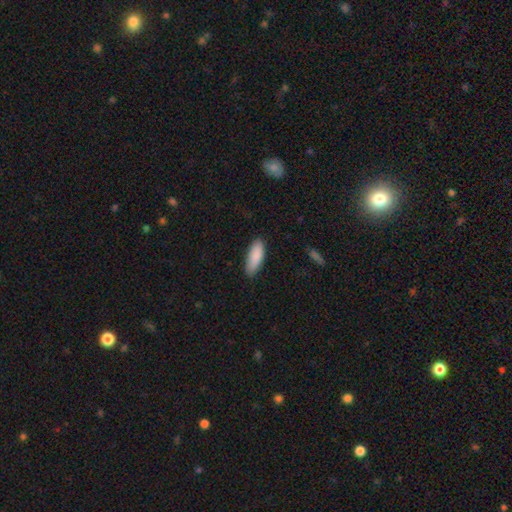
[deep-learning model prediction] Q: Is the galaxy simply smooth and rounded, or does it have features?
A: smooth — 89%.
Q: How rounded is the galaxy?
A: in between — 70%.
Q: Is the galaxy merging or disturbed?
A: none — 83%.